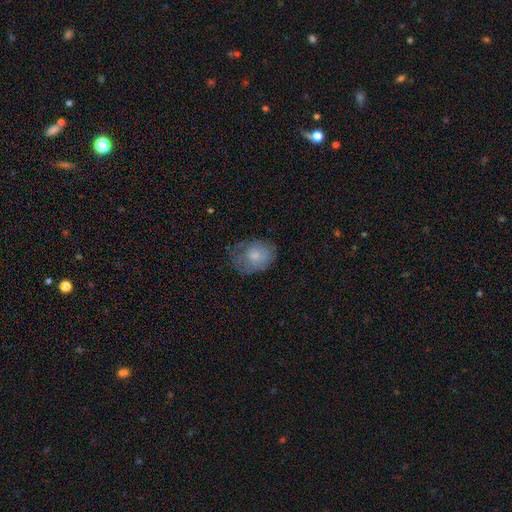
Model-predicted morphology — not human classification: A smooth galaxy with no disk features (65%) that is in between round and cigar-shaped (59%).

Vote fractions:
- Smooth or featured? smooth: 65% / featured or disk: 27% / star or artifact: 8%
- How rounded? in between: 59% / round: 40% / cigar-shaped: 1%
- Merging? none: 54% / minor disturbance: 29% / major disturbance: 16% / merger: 1%